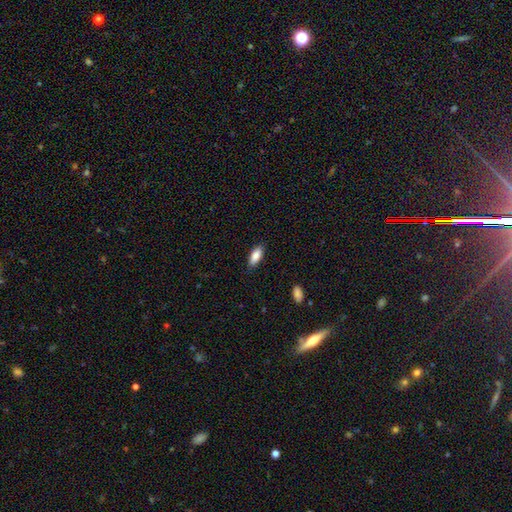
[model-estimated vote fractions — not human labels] Smooth or featured? smooth (87%)
How rounded? in between (83%)
Merging? none (86%)